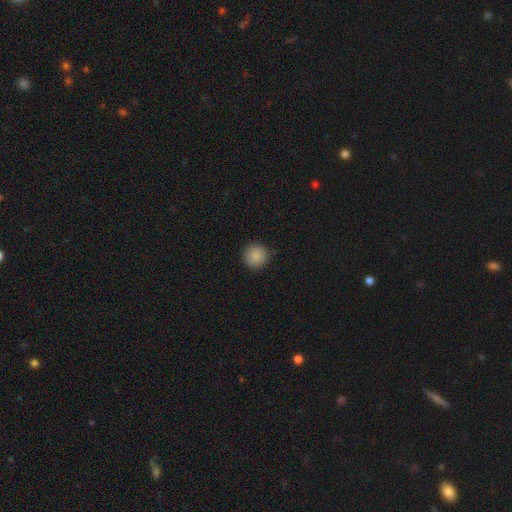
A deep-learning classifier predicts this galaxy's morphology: This is clearly a smooth galaxy (87%). How rounded: clearly round (95%). Merging: clearly none (90%).